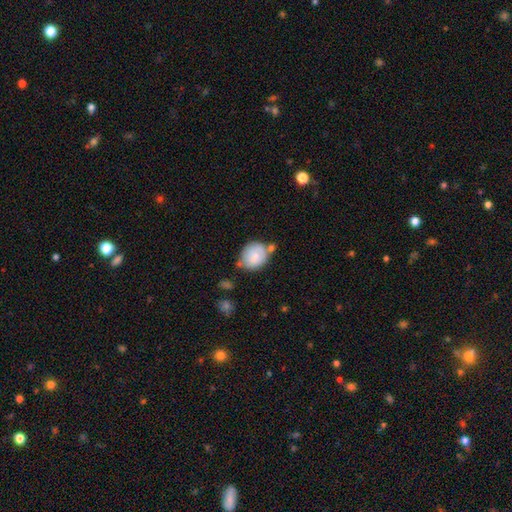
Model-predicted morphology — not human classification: Smooth or featured? Predicted: smooth (p=0.72). How rounded? Predicted: round (p=0.62). Merging? Predicted: none (p=0.50).